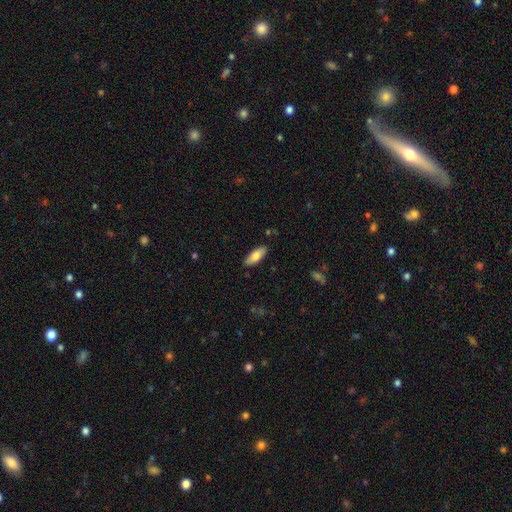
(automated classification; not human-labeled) smooth_or_featured: smooth (p=0.76) [alt: featured or disk p=0.18]
how_rounded: in between (p=0.72) [alt: cigar-shaped p=0.26]
merging: none (p=0.88) [alt: minor disturbance p=0.09]